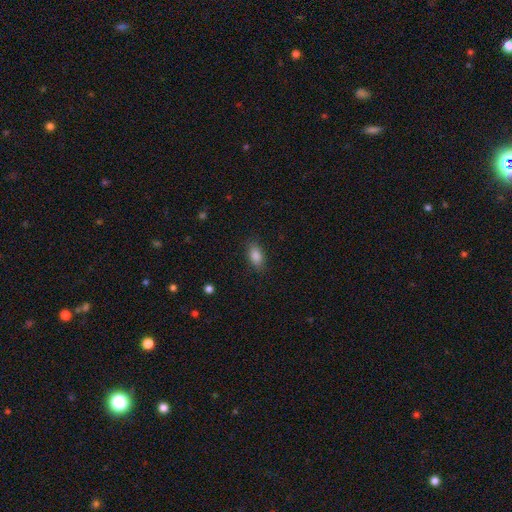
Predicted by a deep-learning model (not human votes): Smooth or featured? smooth (85%)
How rounded? in between (88%)
Merging? none (85%)